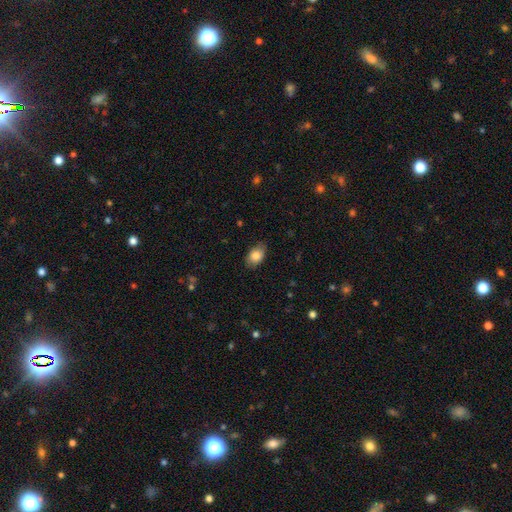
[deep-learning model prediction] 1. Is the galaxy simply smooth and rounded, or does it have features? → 84% smooth, 8% featured or disk, 7% star or artifact.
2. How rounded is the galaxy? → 86% in between, 13% round, 2% cigar-shaped.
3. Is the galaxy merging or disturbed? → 79% none, 16% minor disturbance, 3% major disturbance, 1% merger.